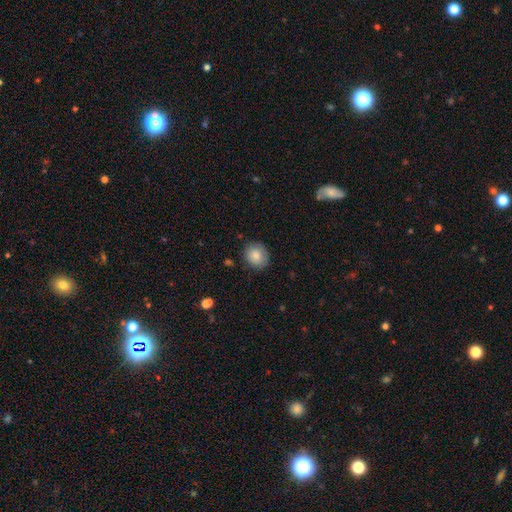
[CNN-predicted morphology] Smooth or featured? Predicted: smooth (p=0.83). How rounded? Predicted: round (p=0.69). Merging? Predicted: none (p=0.82).